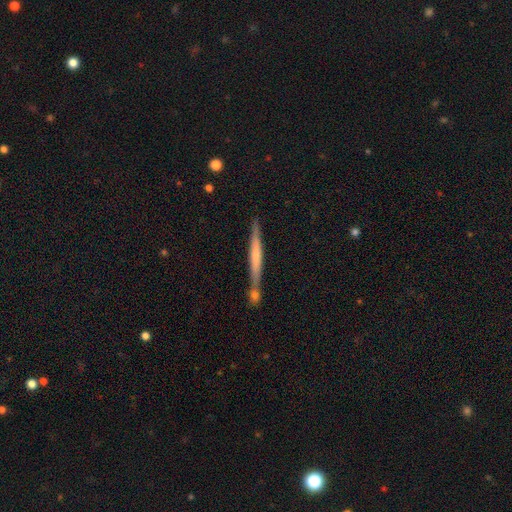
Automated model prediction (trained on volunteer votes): Smooth or featured?
  - featured or disk: 50% *
  - smooth: 45%
  - star or artifact: 6%
Merging?
  - none: 66% *
  - merger: 18%
  - minor disturbance: 12%
  - major disturbance: 3%